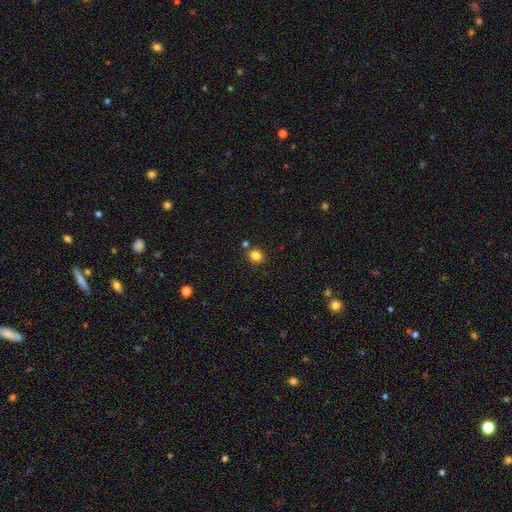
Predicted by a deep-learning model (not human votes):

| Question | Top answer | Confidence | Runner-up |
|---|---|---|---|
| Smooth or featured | smooth | 83% | star or artifact (12%) |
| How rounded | round | 66% | in between (33%) |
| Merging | none | 80% | minor disturbance (9%) |